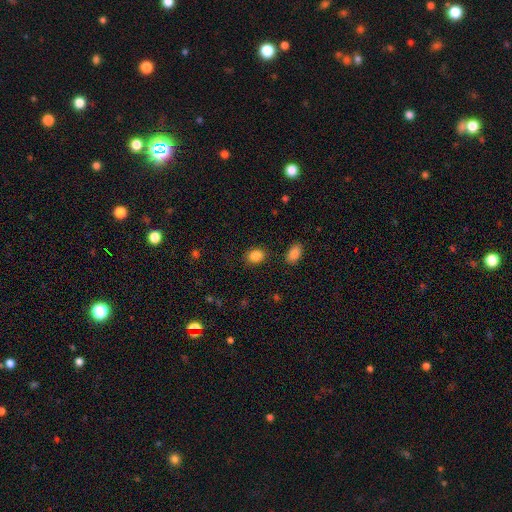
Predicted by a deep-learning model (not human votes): Smooth or featured? Predicted: smooth (p=0.87). How rounded? Predicted: in between (p=0.61). Merging? Predicted: none (p=0.86).